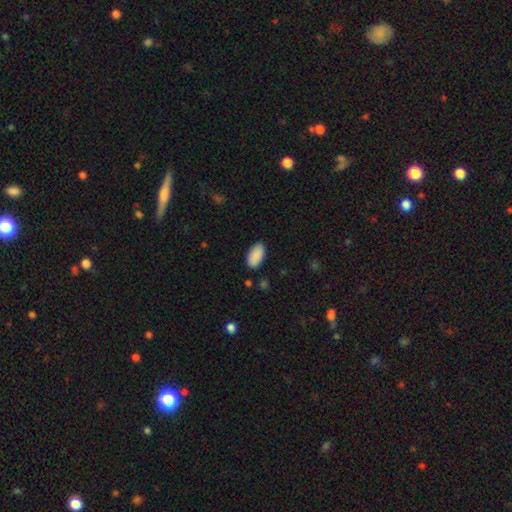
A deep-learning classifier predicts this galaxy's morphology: type=smooth (90%); roundness=in between (94%); merging=none (85%).